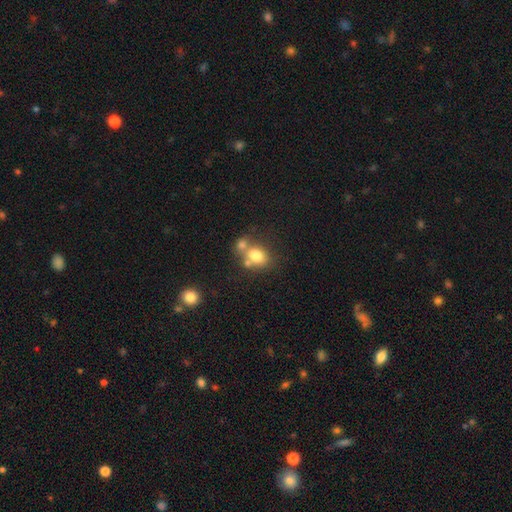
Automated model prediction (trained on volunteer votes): Smooth or featured? smooth (75%)
How rounded? round (50%)
Merging? none (42%)